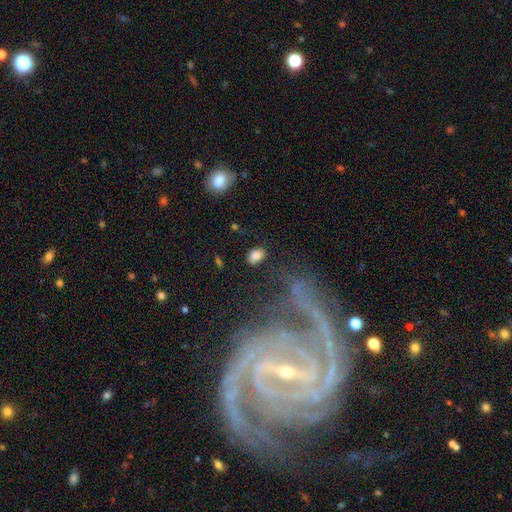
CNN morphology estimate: smooth-or-featured: smooth: 84% | star or artifact: 10% | featured or disk: 6%
  how-rounded: in between: 82% | round: 17% | cigar-shaped: 1%
  merging: none: 77% | minor disturbance: 16% | major disturbance: 5% | merger: 2%